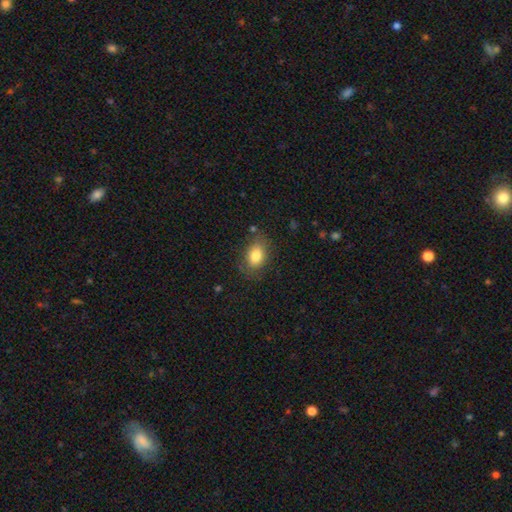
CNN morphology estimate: Overall: smooth (82%). How rounded: in between (81%). Merging: none (76%).